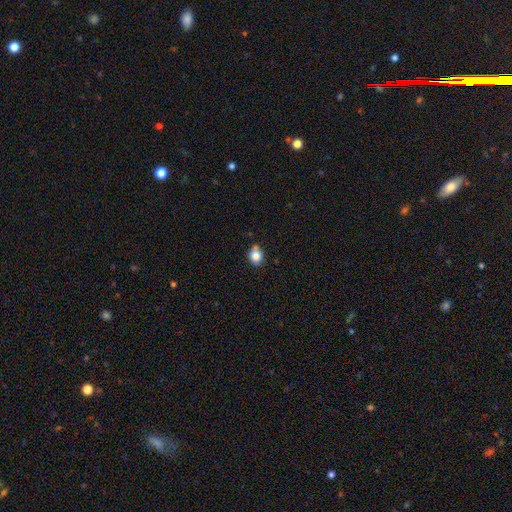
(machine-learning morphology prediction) smooth_or_featured: smooth (p=0.82) [alt: star or artifact p=0.10]
how_rounded: round (p=0.61) [alt: in between p=0.38]
merging: none (p=0.68) [alt: minor disturbance p=0.21]